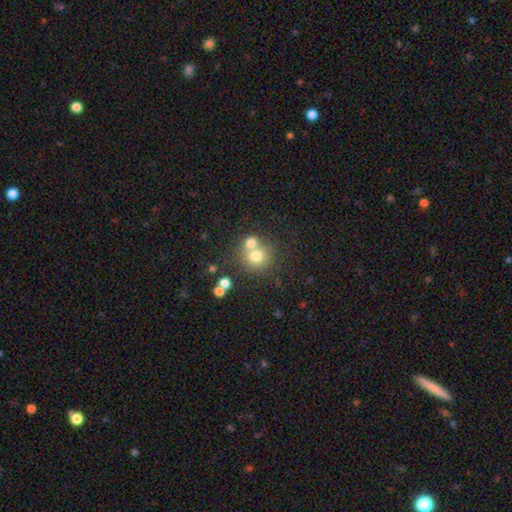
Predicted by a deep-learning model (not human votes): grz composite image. It shows a smooth galaxy with no disk features (71%) that is round (87%). Merging: none (47%).